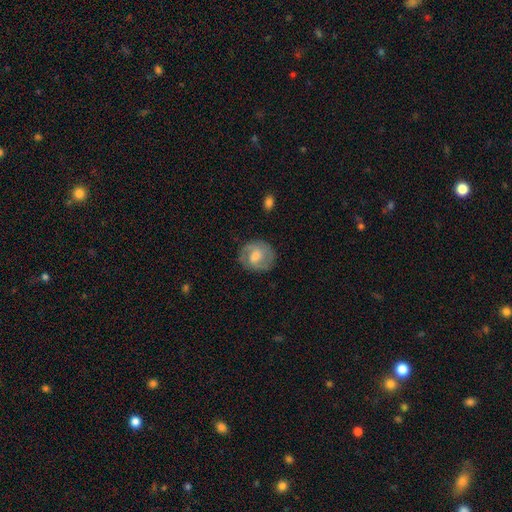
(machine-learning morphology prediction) type=featured or disk (58%); edge-on=no (97%); bar=weak (47%); spiral arms=yes (81%); bulge=moderate (51%); merging=none (78%).